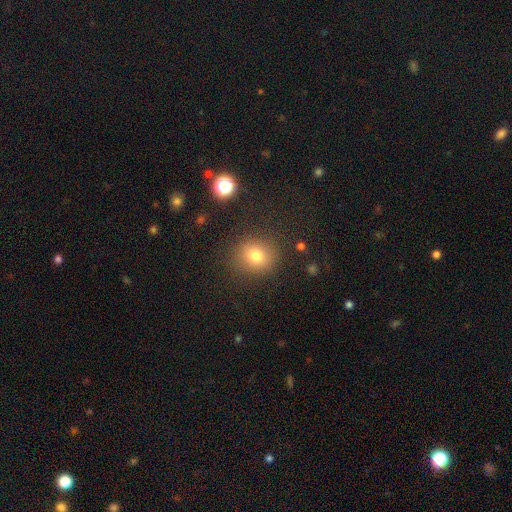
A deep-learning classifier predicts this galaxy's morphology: A smooth galaxy with no disk features (76%) that is round (80%).

Vote fractions:
- Smooth or featured? smooth: 76% / star or artifact: 14% / featured or disk: 9%
- How rounded? round: 80% / in between: 19% / cigar-shaped: 1%
- Merging? none: 86% / minor disturbance: 9% / major disturbance: 4% / merger: 2%